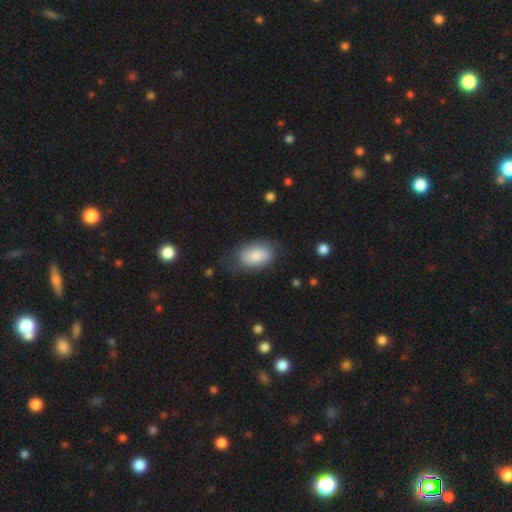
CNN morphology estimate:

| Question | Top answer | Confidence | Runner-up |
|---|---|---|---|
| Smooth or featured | smooth | 74% | featured or disk (19%) |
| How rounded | in between | 91% | round (7%) |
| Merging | none | 63% | minor disturbance (25%) |